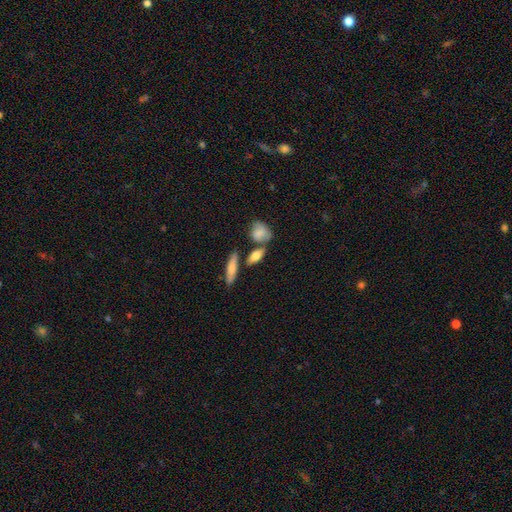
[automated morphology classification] A smooth galaxy with no disk features (67%) that is in between round and cigar-shaped (62%).

Vote fractions:
- Smooth or featured? smooth: 67% / featured or disk: 26% / star or artifact: 8%
- How rounded? in between: 62% / cigar-shaped: 26% / round: 12%
- Merging? none: 63% / merger: 17% / minor disturbance: 16% / major disturbance: 5%